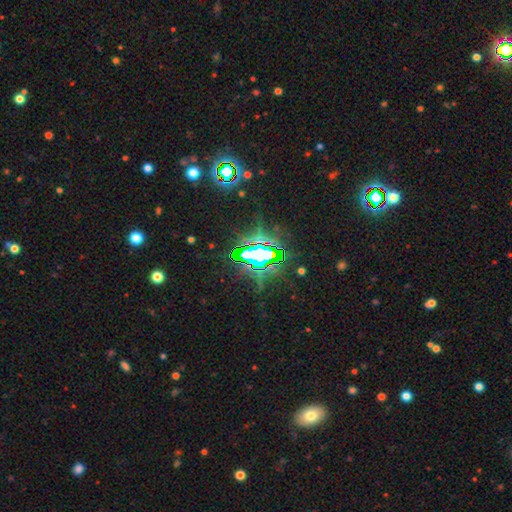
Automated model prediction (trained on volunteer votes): The model was most divided on "smooth or featured": star or artifact: 79%, featured or disk: 11%, smooth: 10%.